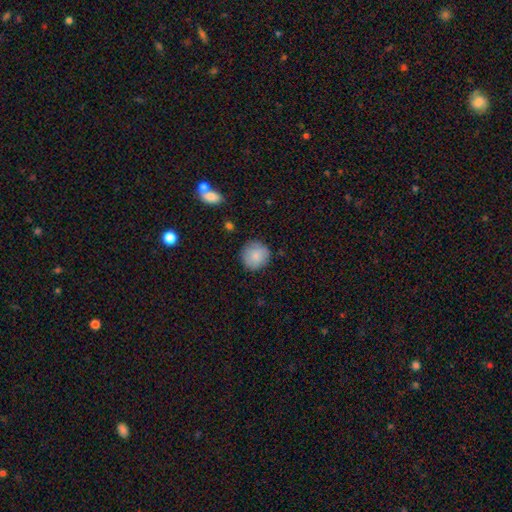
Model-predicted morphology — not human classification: smooth 84%, featured or disk 9%, star or artifact 7%. Down the decision tree: how rounded — round (93%); merging — none (85%).